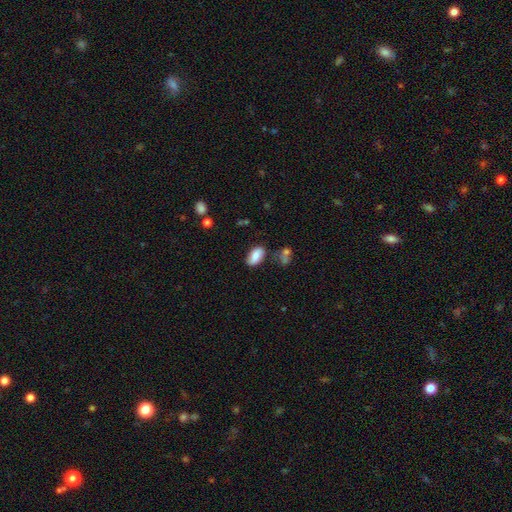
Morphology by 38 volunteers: A smooth galaxy with no disk features (82%) that is in between round and cigar-shaped (90%). Merging: none (63%).